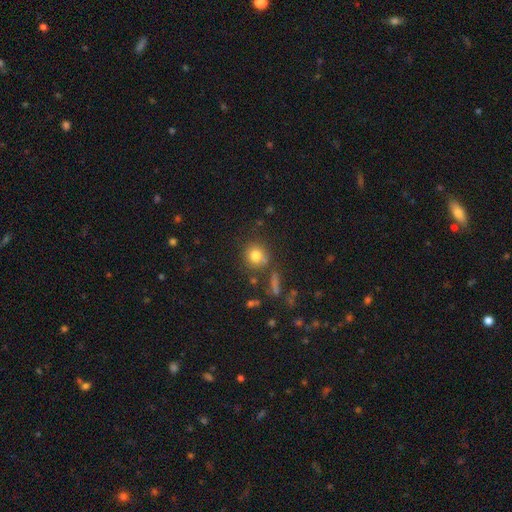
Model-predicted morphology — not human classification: Overall: smooth (80%). How rounded: round (85%). Merging: none (72%).